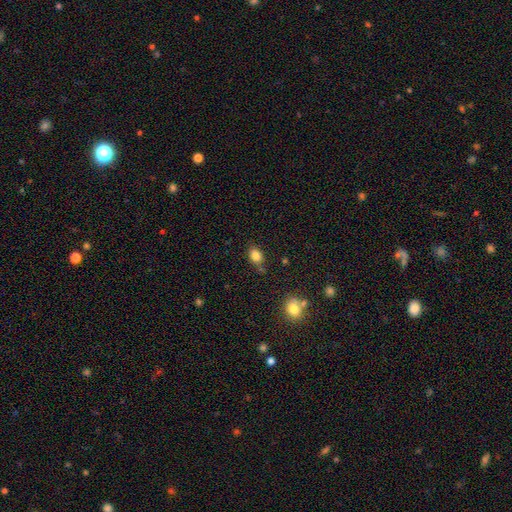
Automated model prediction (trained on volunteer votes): The model was most divided on "how rounded": in between: 72%, round: 26%, cigar-shaped: 2%. More confident: smooth or featured — smooth (83%); merging — none (73%).